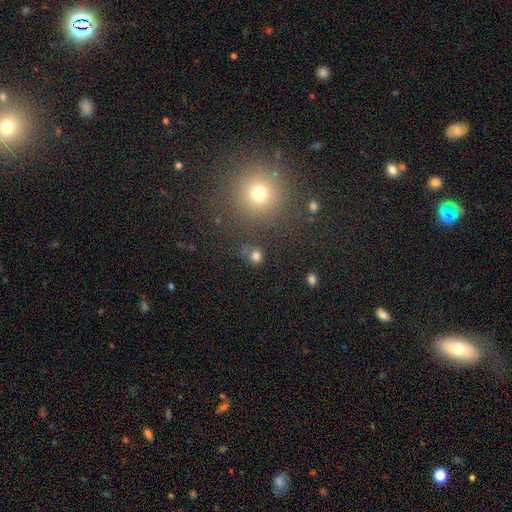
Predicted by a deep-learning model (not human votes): This appears to be a smooth galaxy with no disk features (75%) that is round (80%). Merging: none (70%).